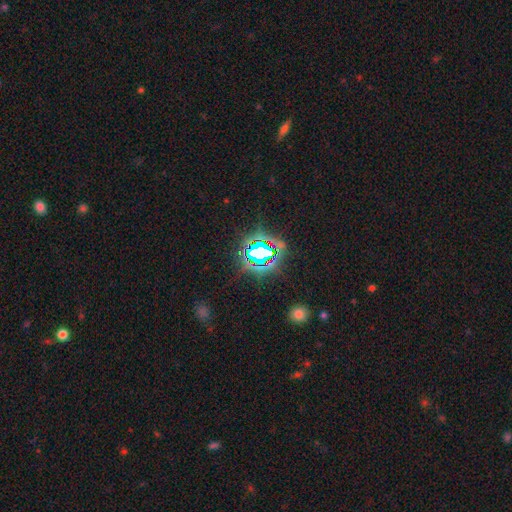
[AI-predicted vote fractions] Smooth or featured? Predicted: star or artifact (p=0.75).